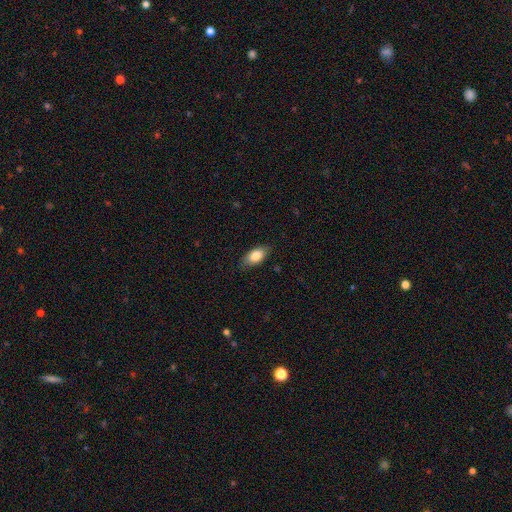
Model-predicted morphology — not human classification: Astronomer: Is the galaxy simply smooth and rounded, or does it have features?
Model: smooth — 83%.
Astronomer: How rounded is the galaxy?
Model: in between — 91%.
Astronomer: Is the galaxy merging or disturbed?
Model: none — 83%.